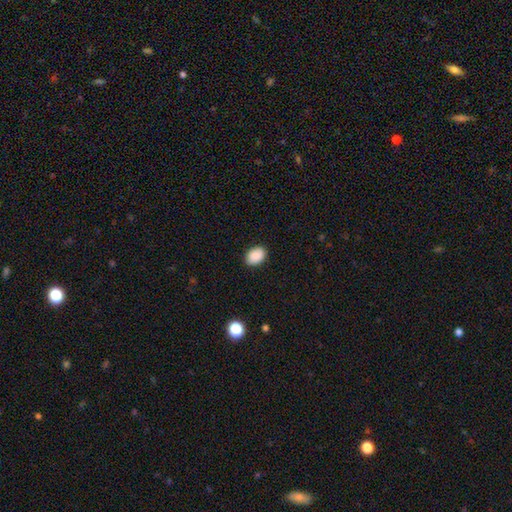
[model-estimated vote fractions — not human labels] smooth 90%, star or artifact 8%, featured or disk 3%. Down the decision tree: how rounded — in between (80%); merging — none (88%).